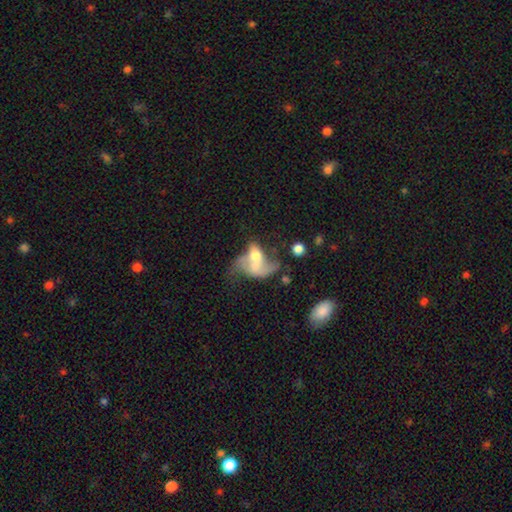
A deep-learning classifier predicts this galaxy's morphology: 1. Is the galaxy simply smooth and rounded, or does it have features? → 57% featured or disk, 33% smooth, 10% star or artifact.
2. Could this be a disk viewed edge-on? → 95% no, 5% yes.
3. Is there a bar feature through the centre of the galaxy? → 65% no, 26% weak, 9% strong.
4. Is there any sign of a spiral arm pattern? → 58% yes, 42% no.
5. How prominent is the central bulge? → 46% moderate, 25% small, 13% none, 13% large, 3% dominant.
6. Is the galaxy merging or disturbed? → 46% merger, 25% major disturbance, 17% none, 11% minor disturbance.